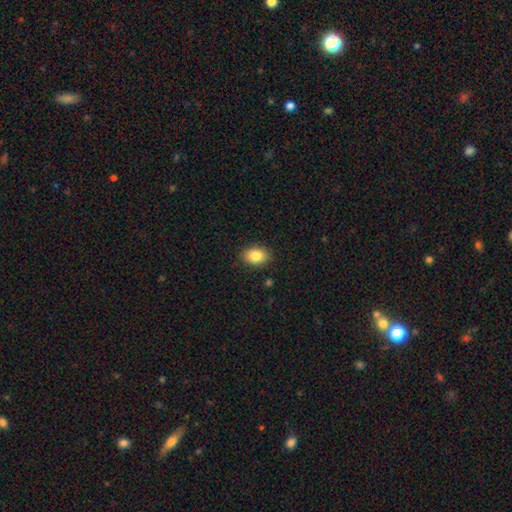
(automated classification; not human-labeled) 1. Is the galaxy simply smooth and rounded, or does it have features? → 84% smooth, 8% star or artifact, 7% featured or disk.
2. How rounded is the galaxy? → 71% in between, 28% round, 1% cigar-shaped.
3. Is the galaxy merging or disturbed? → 88% none, 9% minor disturbance, 2% major disturbance, 1% merger.